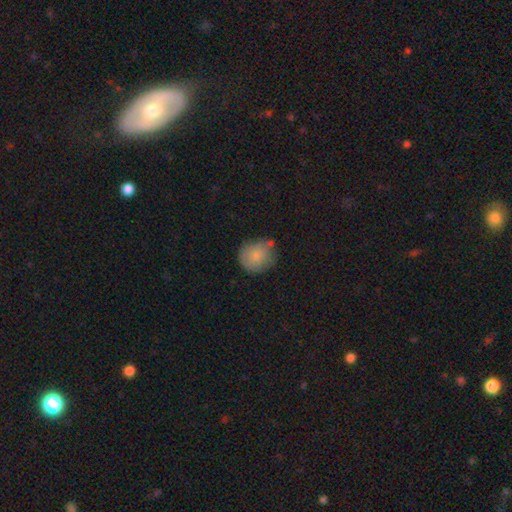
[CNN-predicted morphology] This is likely a smooth galaxy (79%). How rounded: clearly round (83%). Merging: possibly none (58%).